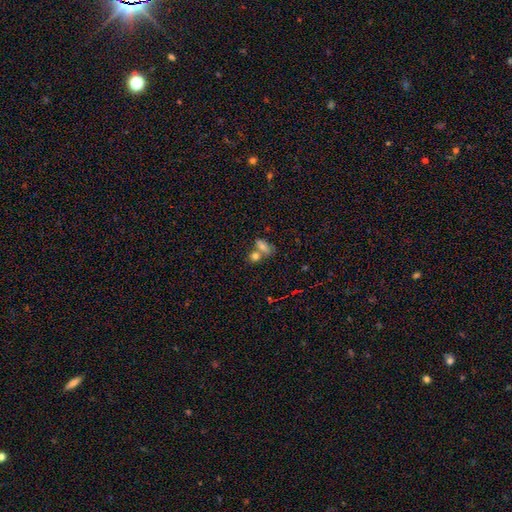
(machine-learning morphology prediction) The model was most divided on "how rounded": in between: 55%, round: 40%, cigar-shaped: 4%. More confident: smooth or featured — smooth (74%); merging — merger (51%).